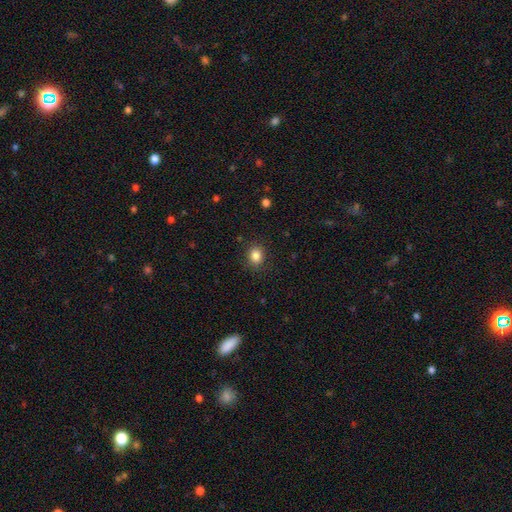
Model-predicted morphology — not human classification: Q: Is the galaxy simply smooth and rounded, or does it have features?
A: smooth — 85%.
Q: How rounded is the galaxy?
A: round — 63%.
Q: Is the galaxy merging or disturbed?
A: none — 87%.